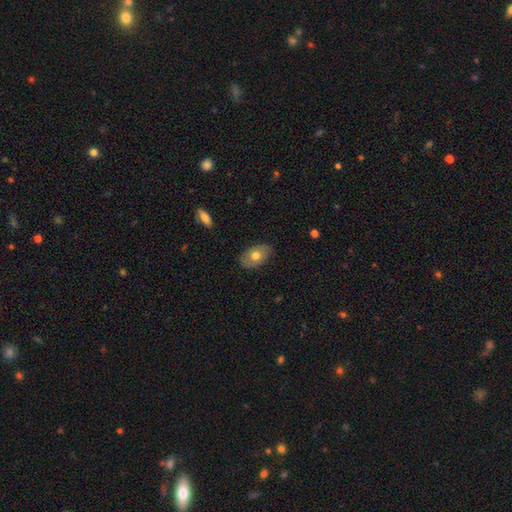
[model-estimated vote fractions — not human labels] smooth-or-featured: smooth: 67% | featured or disk: 27% | star or artifact: 7%
  how-rounded: in between: 90% | round: 9% | cigar-shaped: 1%
  merging: none: 83% | minor disturbance: 14% | major disturbance: 3% | merger: 1%